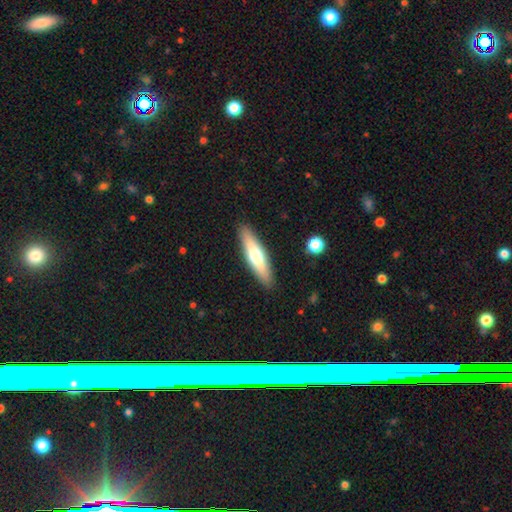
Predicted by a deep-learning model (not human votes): A smooth galaxy with no disk features (57%) that is cigar-shaped (73%).

Vote fractions:
- Smooth or featured? smooth: 57% / featured or disk: 38% / star or artifact: 5%
- How rounded? cigar-shaped: 73% / in between: 25% / round: 2%
- Merging? none: 90% / minor disturbance: 7% / major disturbance: 2% / merger: 1%